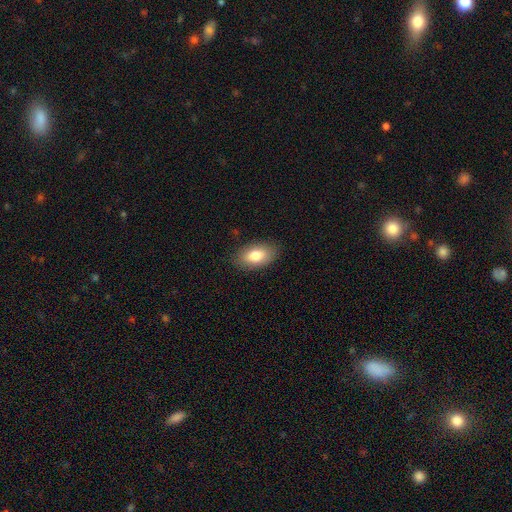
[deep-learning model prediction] A smooth galaxy with no disk features (80%) that is in between round and cigar-shaped (92%). Merging: none (86%).